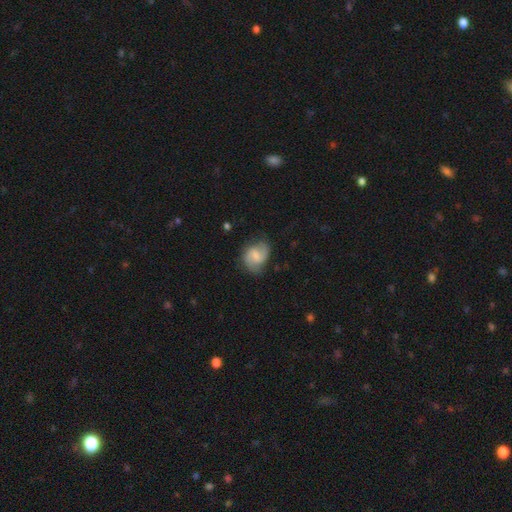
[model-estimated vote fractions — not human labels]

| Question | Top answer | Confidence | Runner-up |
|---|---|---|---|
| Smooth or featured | featured or disk | 56% | smooth (37%) |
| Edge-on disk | no | 97% | yes (3%) |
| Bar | weak | 56% | no (27%) |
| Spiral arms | yes | 89% | no (11%) |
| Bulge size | small | 41% | moderate (31%) |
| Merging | none | 67% | minor disturbance (23%) |